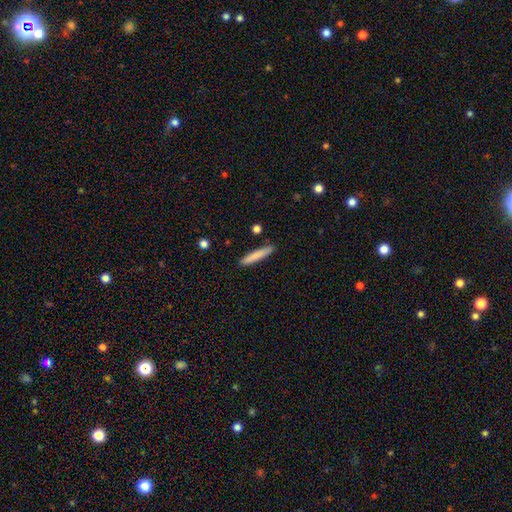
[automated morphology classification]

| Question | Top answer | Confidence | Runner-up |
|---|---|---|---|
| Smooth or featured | smooth | 81% | featured or disk (13%) |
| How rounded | cigar-shaped | 92% | in between (6%) |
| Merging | none | 86% | minor disturbance (10%) |